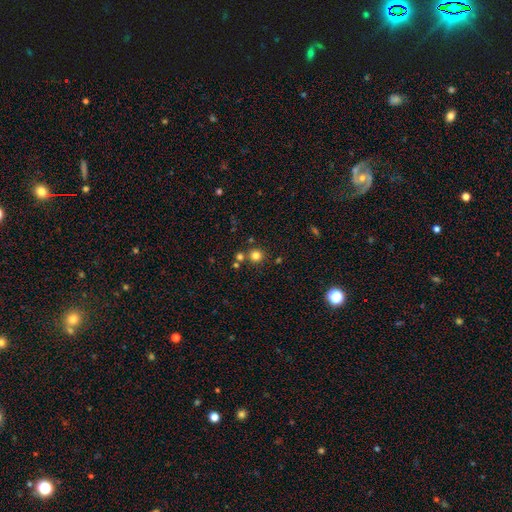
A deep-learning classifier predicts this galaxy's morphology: This appears to be a smooth galaxy with no disk features (79%) that is round (94%). Merging: none (77%).